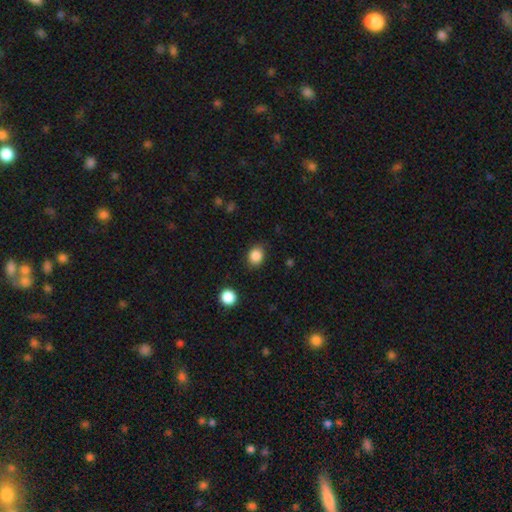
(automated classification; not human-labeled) Smooth or featured? smooth (86%)
How rounded? round (63%)
Merging? none (84%)